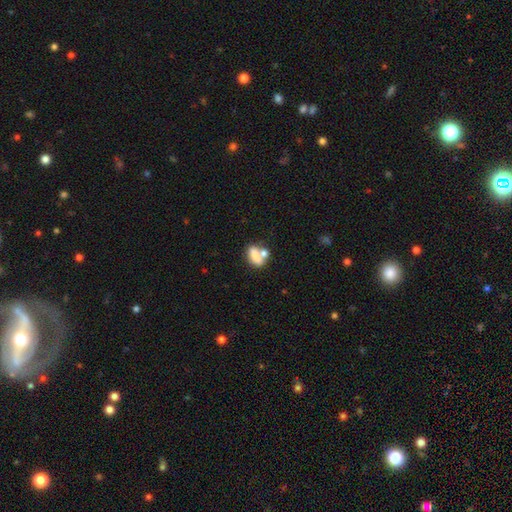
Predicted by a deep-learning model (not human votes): Overall: smooth (72%). How rounded: in between (73%). Merging: none (42%; merger 40%).